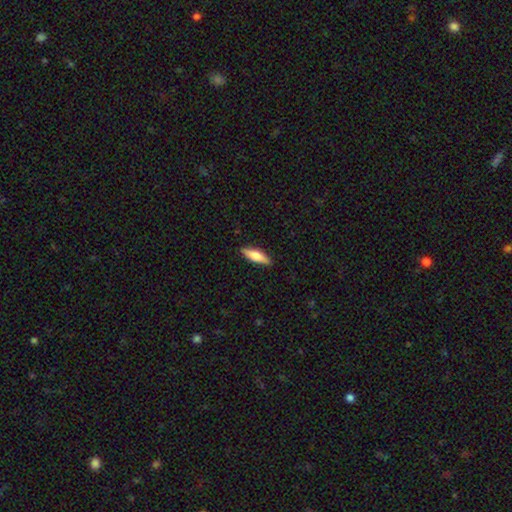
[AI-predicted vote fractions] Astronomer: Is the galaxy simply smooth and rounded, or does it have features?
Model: smooth — 66%.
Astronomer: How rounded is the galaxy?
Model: cigar-shaped — 55% (runner-up: in between, 42%).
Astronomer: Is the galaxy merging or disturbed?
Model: none — 89%.